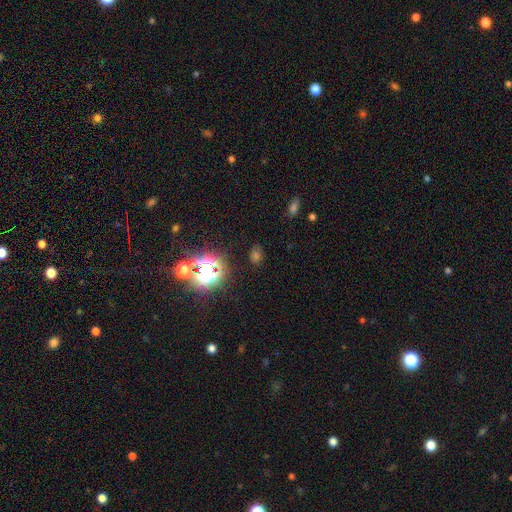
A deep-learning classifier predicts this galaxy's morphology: Q: Smooth or featured?
A: star or artifact (52%); runner-up: smooth (39%)